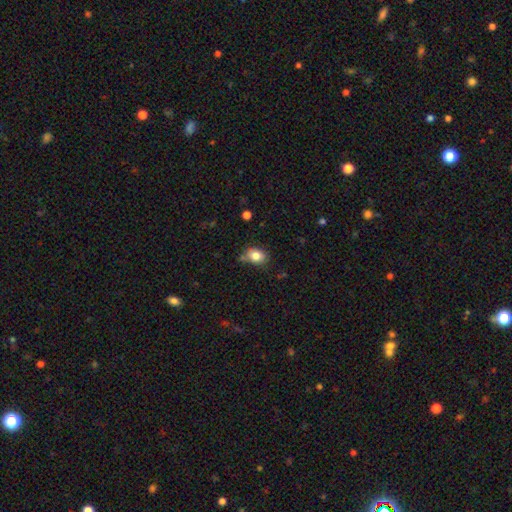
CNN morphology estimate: smooth 82%, star or artifact 9%, featured or disk 8%. Down the decision tree: how rounded — in between (67%); merging — none (67%).